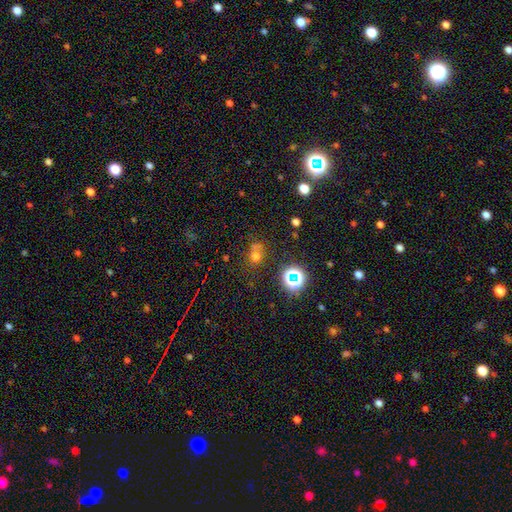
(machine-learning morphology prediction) Q: Smooth or featured?
A: smooth (57%); runner-up: star or artifact (31%)
Q: How rounded?
A: round (78%); runner-up: in between (21%)
Q: Merging?
A: none (53%); runner-up: merger (28%)